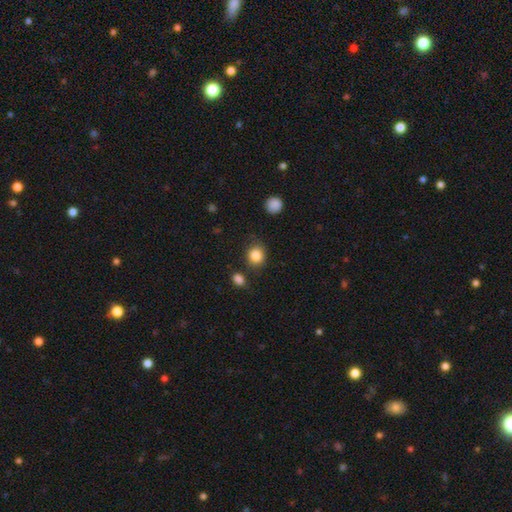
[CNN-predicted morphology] Overall: smooth (85%). How rounded: round (75%). Merging: none (80%).